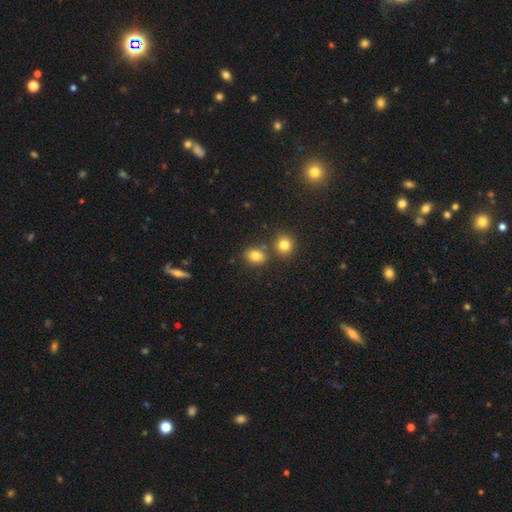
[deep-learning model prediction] Morphology: type=smooth (80%); roundness=in between (62%); merging=none (70%).